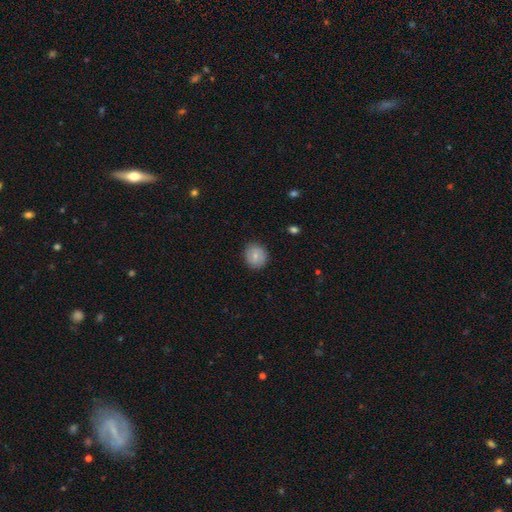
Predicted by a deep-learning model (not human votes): A smooth galaxy with no disk features (75%) that is round (79%). Merging: none (87%).